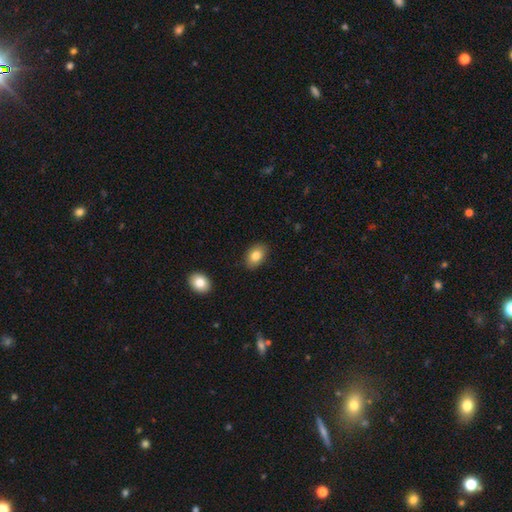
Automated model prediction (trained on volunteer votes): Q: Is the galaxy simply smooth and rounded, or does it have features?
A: smooth — 83%.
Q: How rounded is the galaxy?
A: in between — 86%.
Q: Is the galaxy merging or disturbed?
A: none — 87%.